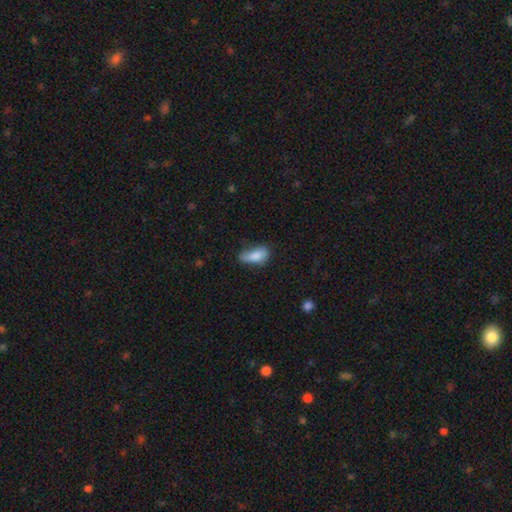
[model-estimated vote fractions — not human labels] A smooth galaxy with no disk features (79%) that is in between round and cigar-shaped (83%). Merging: none (43%).